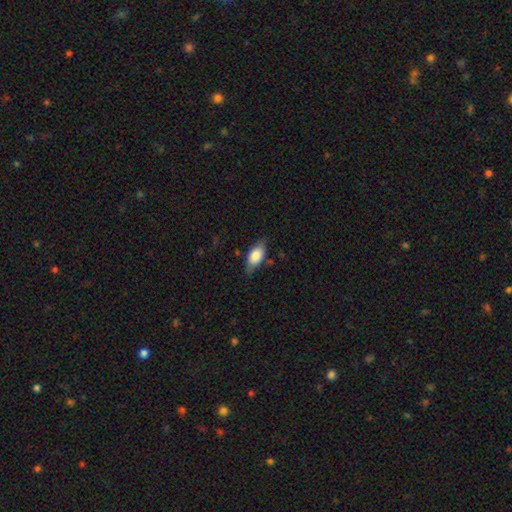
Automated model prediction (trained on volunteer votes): Smooth or featured?
  - smooth: 79% *
  - featured or disk: 15%
  - star or artifact: 6%
How rounded?
  - in between: 88% *
  - cigar-shaped: 8%
  - round: 4%
Merging?
  - none: 70% *
  - minor disturbance: 23%
  - major disturbance: 5%
  - merger: 2%